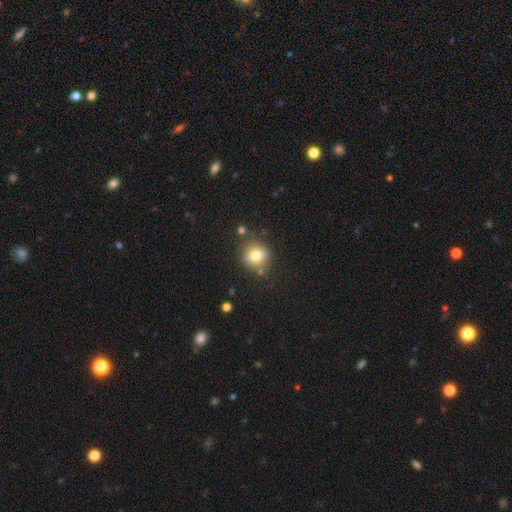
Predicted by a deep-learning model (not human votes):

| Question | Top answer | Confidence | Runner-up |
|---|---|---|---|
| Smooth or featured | smooth | 75% | featured or disk (14%) |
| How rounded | round | 78% | in between (20%) |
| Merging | none | 76% | minor disturbance (14%) |